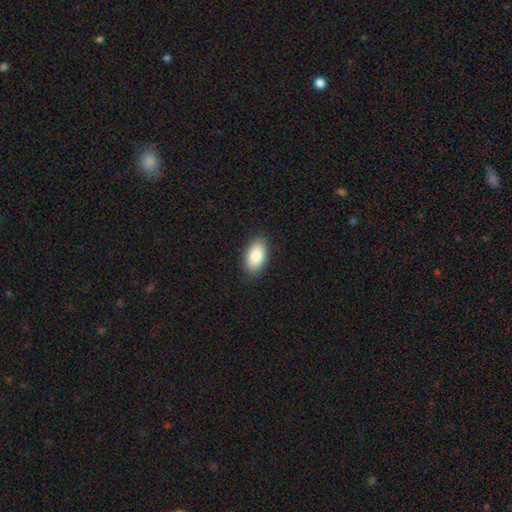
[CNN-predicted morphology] A smooth galaxy with no disk features (87%) that is in between round and cigar-shaped (94%). Merging: none (87%).